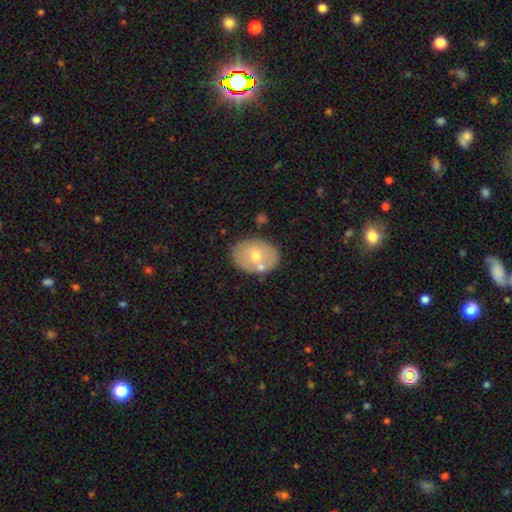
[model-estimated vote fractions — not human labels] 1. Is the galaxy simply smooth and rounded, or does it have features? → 62% smooth, 31% featured or disk, 7% star or artifact.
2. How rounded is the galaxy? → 75% in between, 24% round, 1% cigar-shaped.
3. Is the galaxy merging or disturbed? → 73% none, 13% minor disturbance, 11% merger, 3% major disturbance.